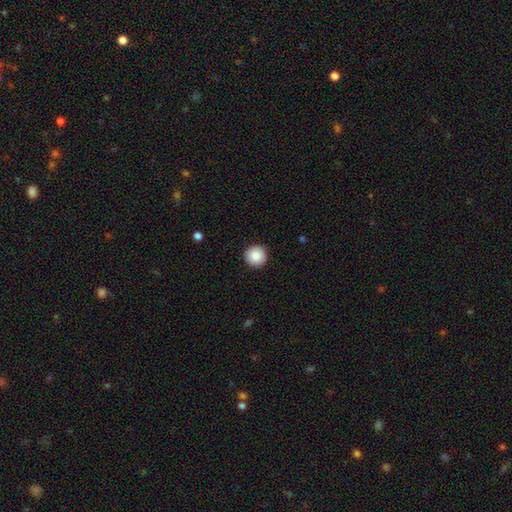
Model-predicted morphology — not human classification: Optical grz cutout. It shows a smooth galaxy with no disk features (86%) that is round (96%). Merging: none (92%).